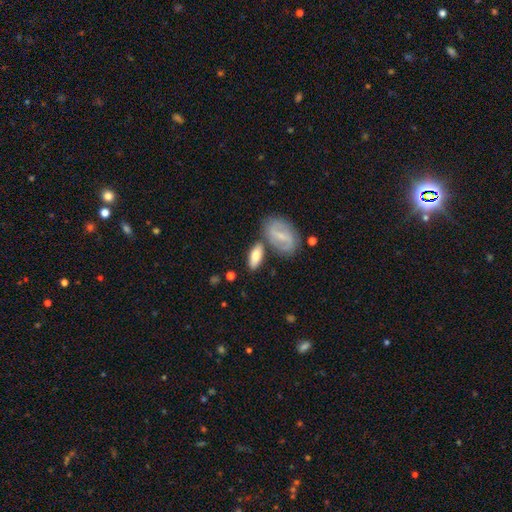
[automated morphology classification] The model was most divided on "smooth or featured": smooth: 63%, featured or disk: 31%, star or artifact: 6%. More confident: how rounded — in between (77%); merging — none (66%).